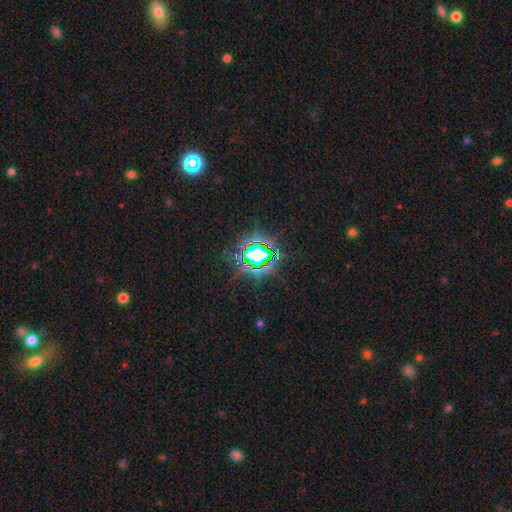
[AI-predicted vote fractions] Morphology: type=star or artifact (78%).